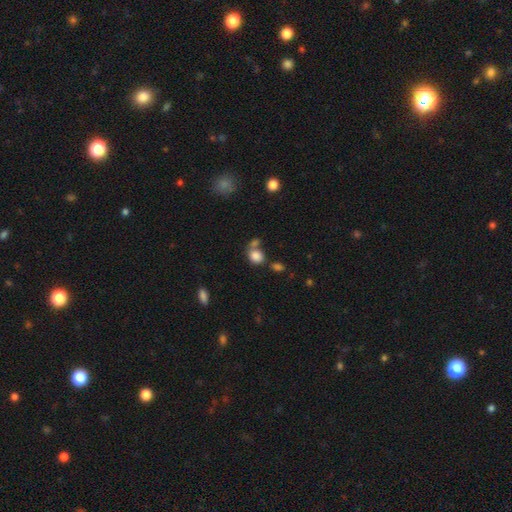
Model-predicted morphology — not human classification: A smooth galaxy with no disk features (83%) that is round (58%). Merging: none (49%).